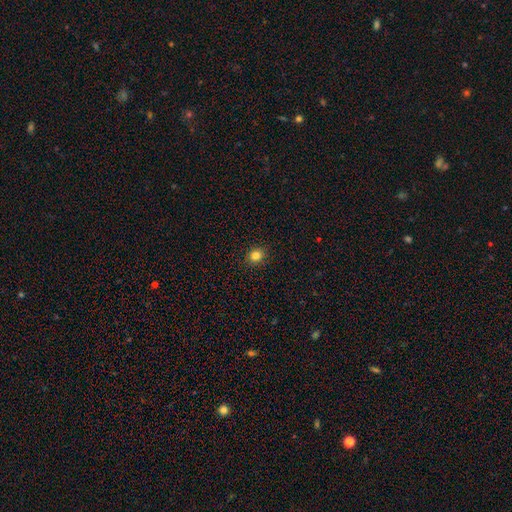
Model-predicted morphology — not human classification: This appears to be a smooth galaxy with no disk features (83%) that is round (74%). Merging: none (91%).